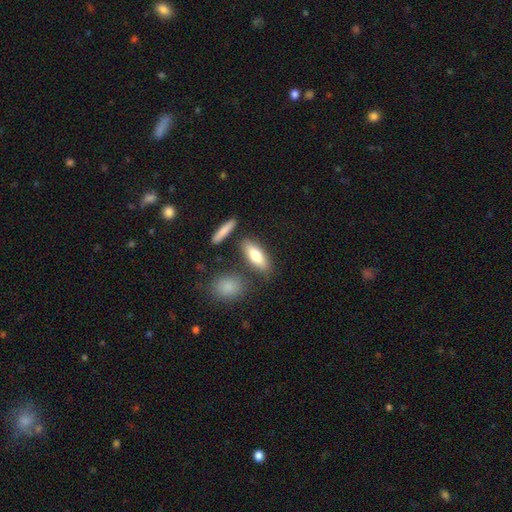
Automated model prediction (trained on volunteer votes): smooth_or_featured: smooth (p=0.74) [alt: featured or disk p=0.19]
how_rounded: in between (p=0.67) [alt: cigar-shaped p=0.30]
merging: none (p=0.76) [alt: minor disturbance p=0.12]